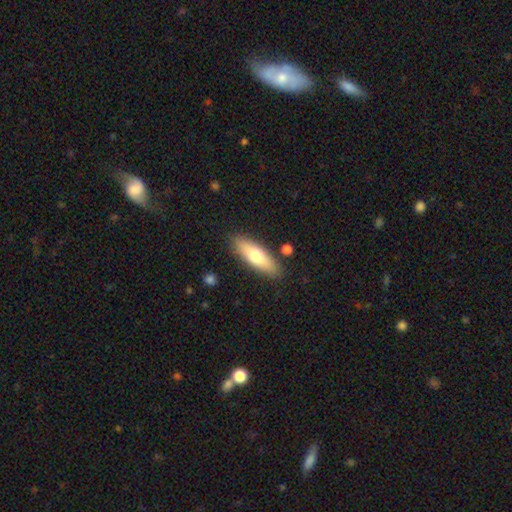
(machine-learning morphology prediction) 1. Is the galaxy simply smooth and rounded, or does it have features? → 67% smooth, 27% featured or disk, 6% star or artifact.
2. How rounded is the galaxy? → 51% in between, 46% cigar-shaped, 2% round.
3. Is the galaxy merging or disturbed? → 86% none, 10% minor disturbance, 2% merger, 2% major disturbance.